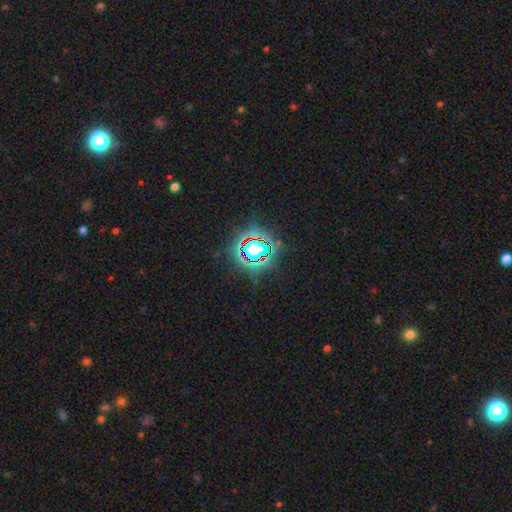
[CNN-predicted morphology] This is clearly a star or artifact rather than a galaxy (81%).